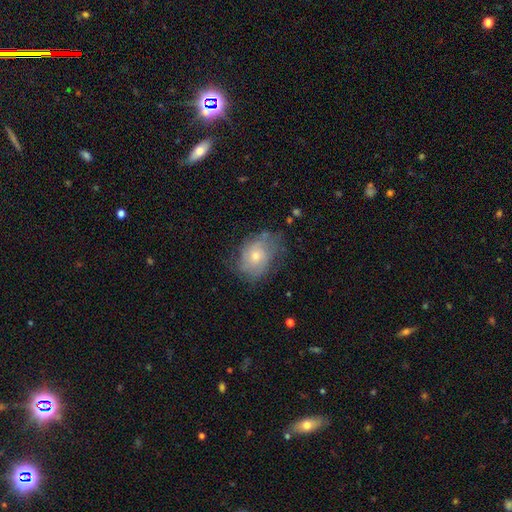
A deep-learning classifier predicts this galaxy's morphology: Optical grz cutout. It shows a featured or disk galaxy (51%). Merging: none (61%).